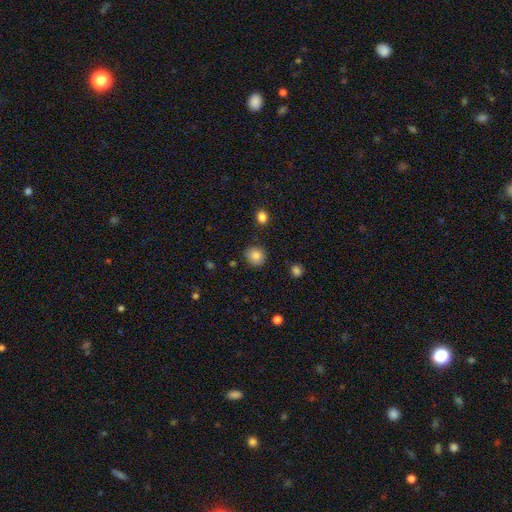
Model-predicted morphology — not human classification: Smooth or featured?
  - smooth: 85% *
  - star or artifact: 10%
  - featured or disk: 5%
How rounded?
  - round: 88% *
  - in between: 12%
  - cigar-shaped: 1%
Merging?
  - none: 84% *
  - minor disturbance: 11%
  - major disturbance: 3%
  - merger: 2%